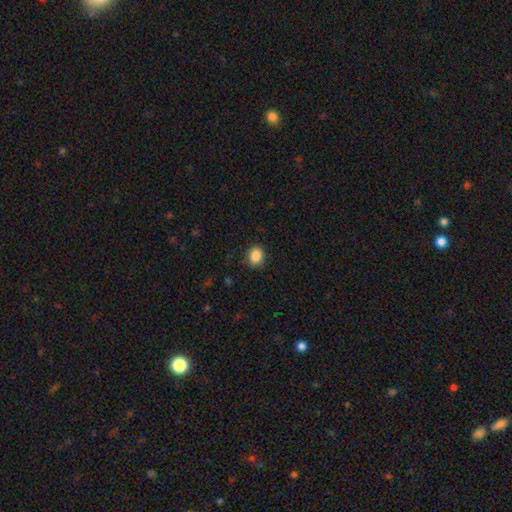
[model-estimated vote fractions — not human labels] Overall: smooth (87%). How rounded: round (67%; in between 32%). Merging: none (84%).